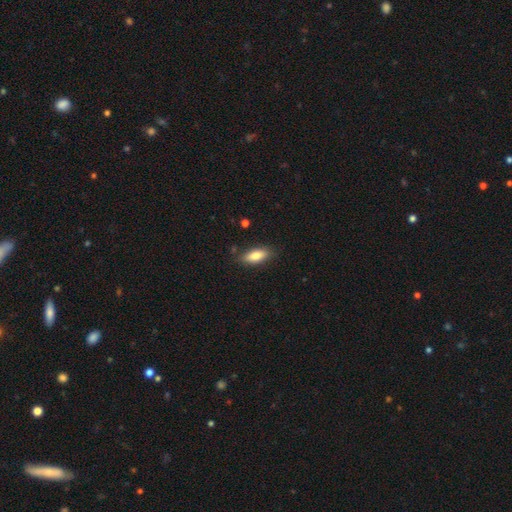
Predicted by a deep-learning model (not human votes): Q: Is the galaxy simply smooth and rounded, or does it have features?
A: smooth — 79%.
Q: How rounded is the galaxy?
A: in between — 75%.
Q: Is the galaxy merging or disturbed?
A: none — 82%.